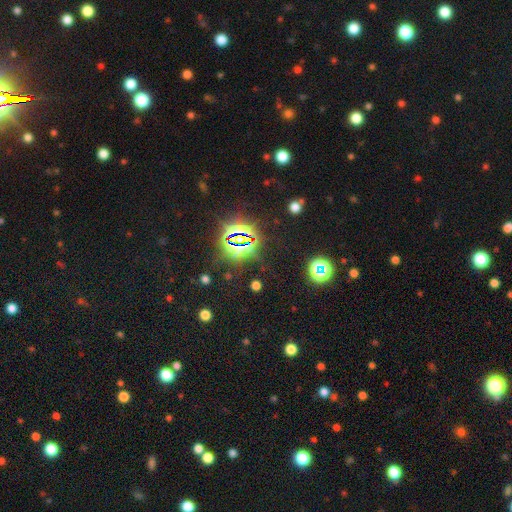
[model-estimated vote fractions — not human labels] This appears to be a star or artifact, not a galaxy (80%).